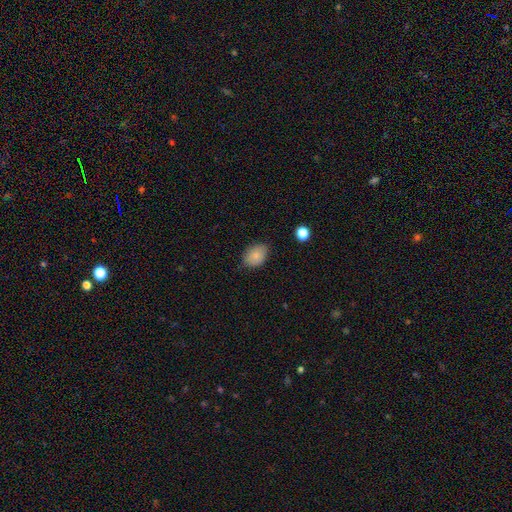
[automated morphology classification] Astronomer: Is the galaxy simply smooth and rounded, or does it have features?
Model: smooth — 83%.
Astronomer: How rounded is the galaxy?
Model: in between — 75%.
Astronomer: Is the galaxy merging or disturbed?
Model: none — 77%.